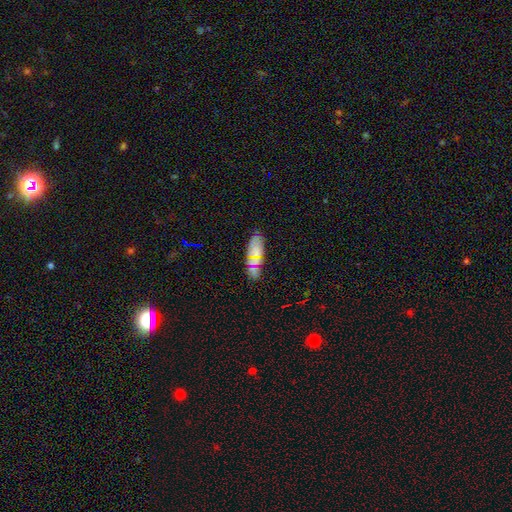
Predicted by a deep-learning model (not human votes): This appears to be a smooth galaxy with no disk features (61%) that is in between round and cigar-shaped (76%). Merging: none (83%).